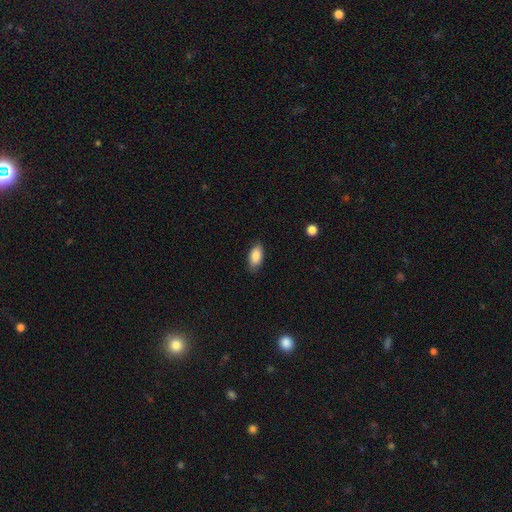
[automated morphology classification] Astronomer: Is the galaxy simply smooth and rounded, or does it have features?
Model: smooth — 88%.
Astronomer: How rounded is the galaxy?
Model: in between — 91%.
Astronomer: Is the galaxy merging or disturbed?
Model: none — 84%.